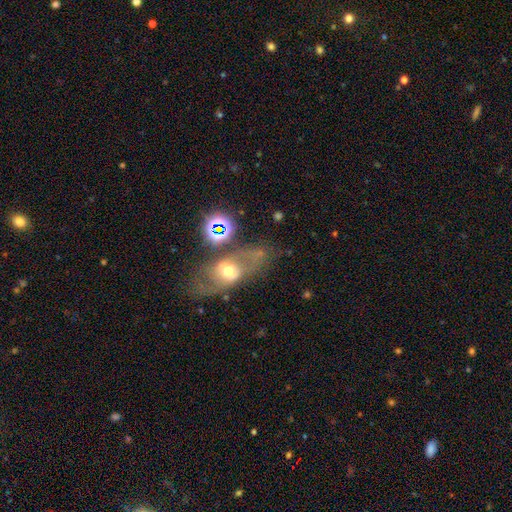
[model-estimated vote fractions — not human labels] Smooth or featured? featured or disk (53%)
Edge-on disk? no (79%)
Merging? none (59%)